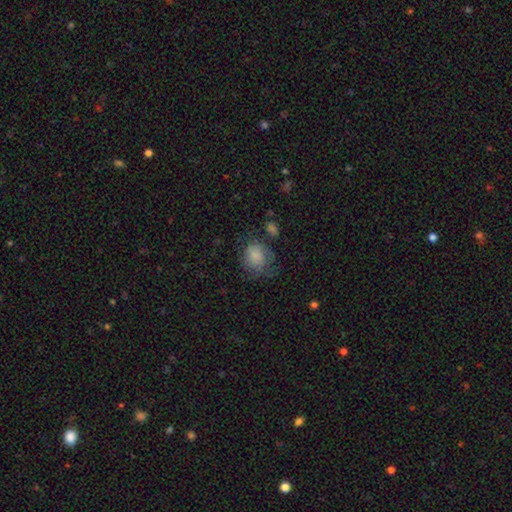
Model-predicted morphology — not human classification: smooth 79%, featured or disk 12%, star or artifact 9%. Down the decision tree: how rounded — round (65%); merging — none (48%).